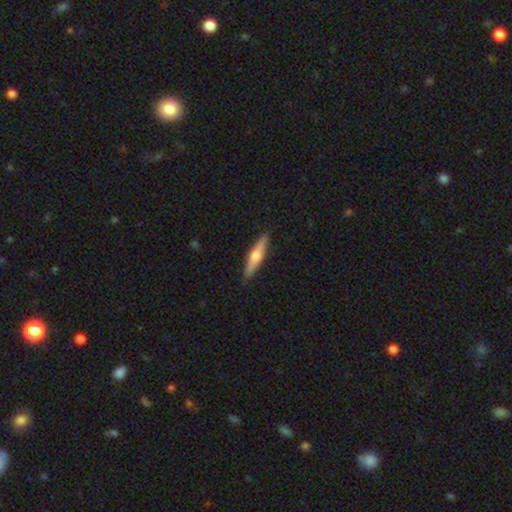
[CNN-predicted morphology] smooth-or-featured: featured or disk: 59% | smooth: 36% | star or artifact: 5%
  disk-edge-on: yes: 96% | no: 4%
    edge-on-bulge: rounded: 91% | boxy: 5% | none: 4%
  merging: none: 91% | minor disturbance: 7% | major disturbance: 1% | merger: 1%